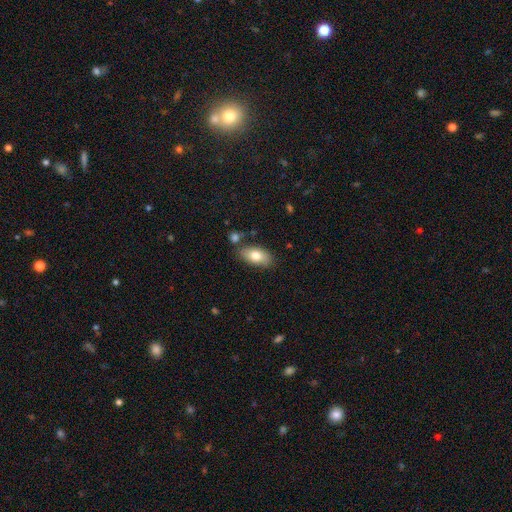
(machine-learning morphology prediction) The model was most divided on "smooth or featured": smooth: 77%, featured or disk: 15%, star or artifact: 7%. More confident: how rounded — in between (91%); merging — none (76%).